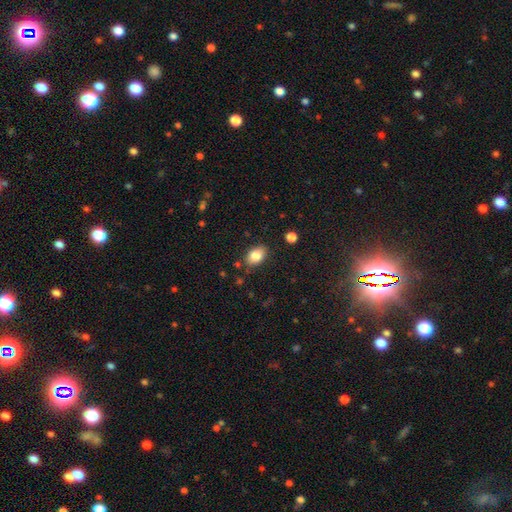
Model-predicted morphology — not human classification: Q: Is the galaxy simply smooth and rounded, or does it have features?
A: smooth — 83%.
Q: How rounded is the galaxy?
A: in between — 82%.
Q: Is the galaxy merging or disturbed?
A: none — 82%.